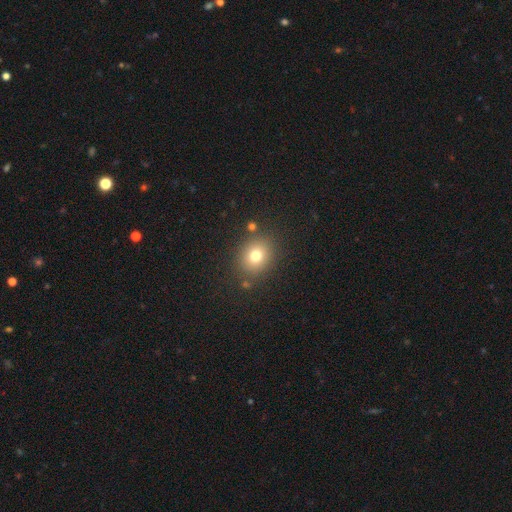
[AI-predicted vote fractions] This is likely a smooth galaxy (75%). How rounded: likely round (71%). Merging: clearly none (84%).